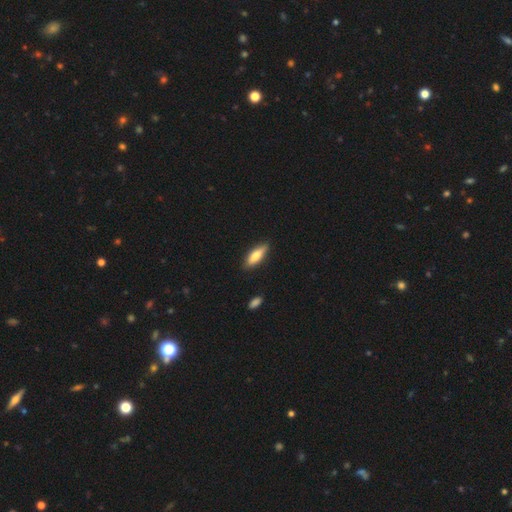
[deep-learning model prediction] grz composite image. It shows a smooth galaxy with no disk features (74%) that is in between round and cigar-shaped (49%, tied with cigar-shaped). Merging: none (85%).